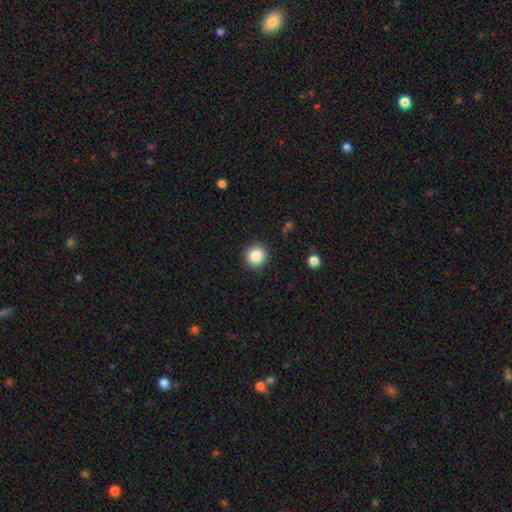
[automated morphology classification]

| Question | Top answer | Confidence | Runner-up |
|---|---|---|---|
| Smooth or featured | smooth | 87% | star or artifact (9%) |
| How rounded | round | 94% | in between (5%) |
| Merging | none | 91% | minor disturbance (6%) |